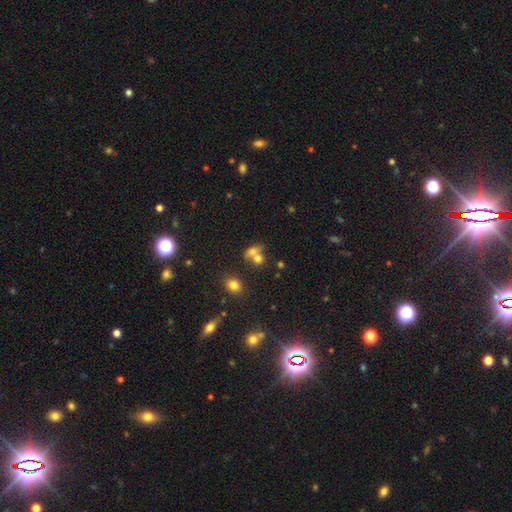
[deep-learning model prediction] Smooth or featured: smooth — 67% (star or artifact — 17%)
How rounded: round — 52% (in between — 45%)
Merging: merger — 57% (none — 31%)